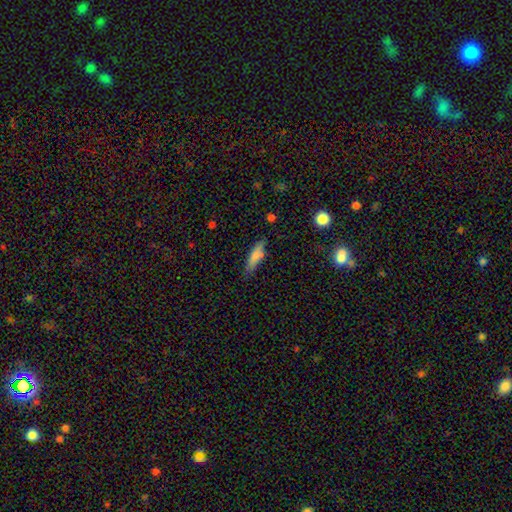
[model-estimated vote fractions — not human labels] Overall: smooth (77%). How rounded: cigar-shaped (64%; in between 34%). Merging: none (75%).